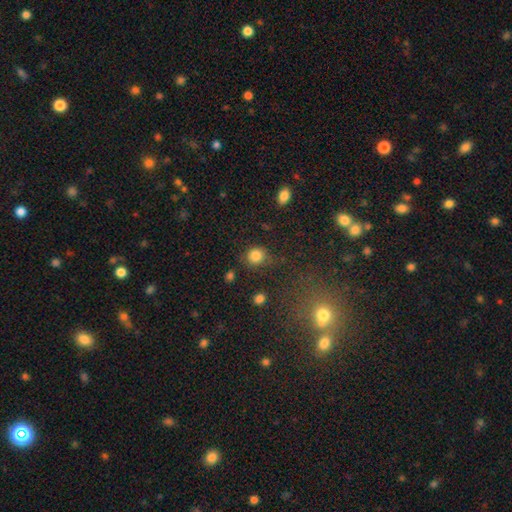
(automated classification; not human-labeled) Smooth or featured? smooth (84%)
How rounded? round (85%)
Merging? none (75%)